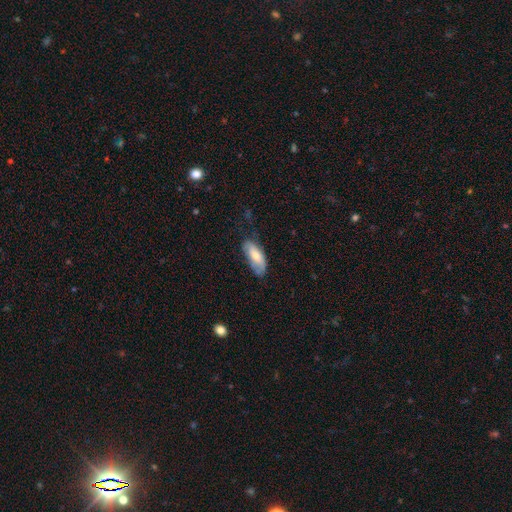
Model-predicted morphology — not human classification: smooth 67%, featured or disk 27%, star or artifact 6%. Down the decision tree: how rounded — in between (82%); merging — none (56%).